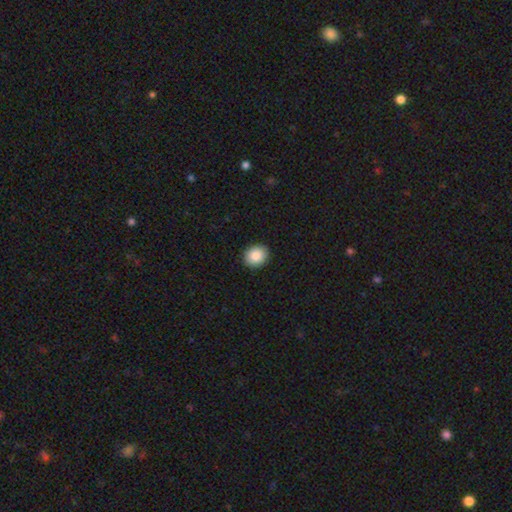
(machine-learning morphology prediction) Q: Smooth or featured?
A: smooth (86%); runner-up: star or artifact (8%)
Q: How rounded?
A: round (66%); runner-up: in between (33%)
Q: Merging?
A: none (92%); runner-up: minor disturbance (6%)